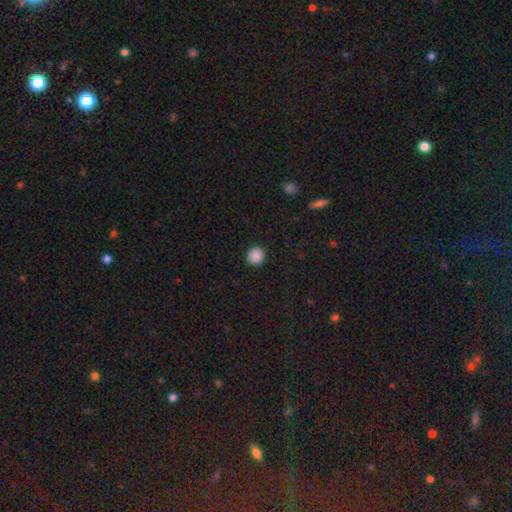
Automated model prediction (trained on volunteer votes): Smooth or featured: smooth — 89% (star or artifact — 9%)
How rounded: round — 90% (in between — 9%)
Merging: none — 92% (minor disturbance — 5%)